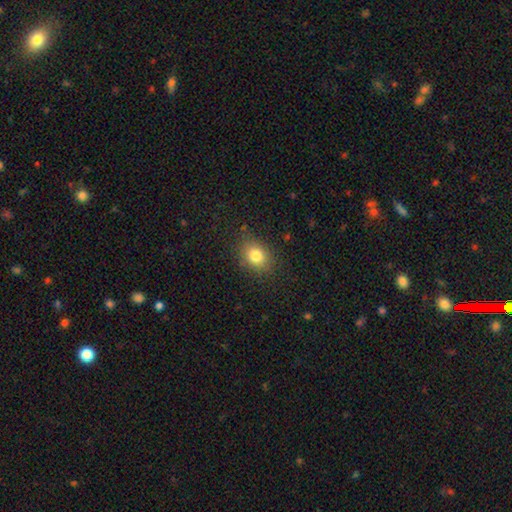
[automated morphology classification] A smooth galaxy with no disk features (81%) that is in between round and cigar-shaped (52%). Merging: none (83%).